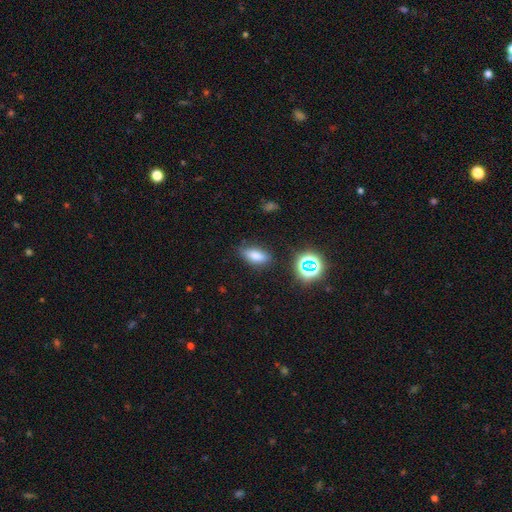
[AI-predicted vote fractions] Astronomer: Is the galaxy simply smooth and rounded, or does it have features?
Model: smooth — 74%.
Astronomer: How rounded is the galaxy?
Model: in between — 79%.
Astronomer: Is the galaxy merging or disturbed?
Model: none — 79%.